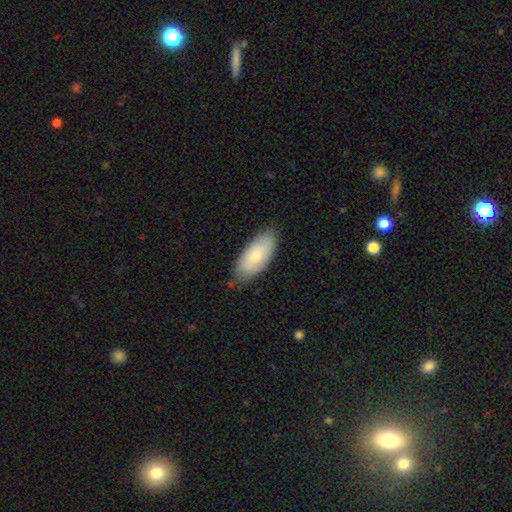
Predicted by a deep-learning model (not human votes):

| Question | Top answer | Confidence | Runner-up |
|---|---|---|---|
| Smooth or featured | smooth | 74% | featured or disk (20%) |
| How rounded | in between | 89% | cigar-shaped (9%) |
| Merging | none | 79% | minor disturbance (17%) |